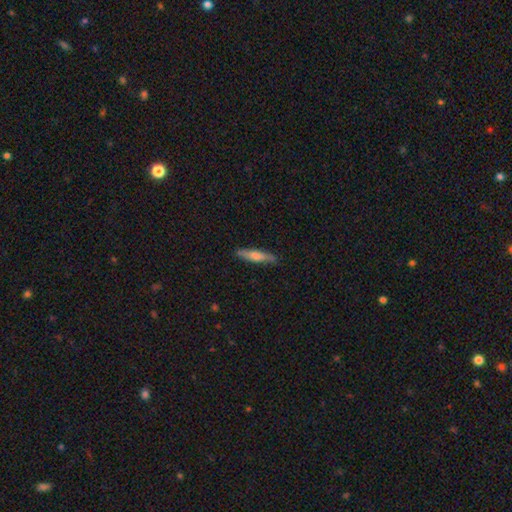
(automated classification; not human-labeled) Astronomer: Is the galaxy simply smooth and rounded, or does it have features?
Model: smooth — 48% (runner-up: featured or disk, 46%).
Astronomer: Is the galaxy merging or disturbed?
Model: none — 87%.